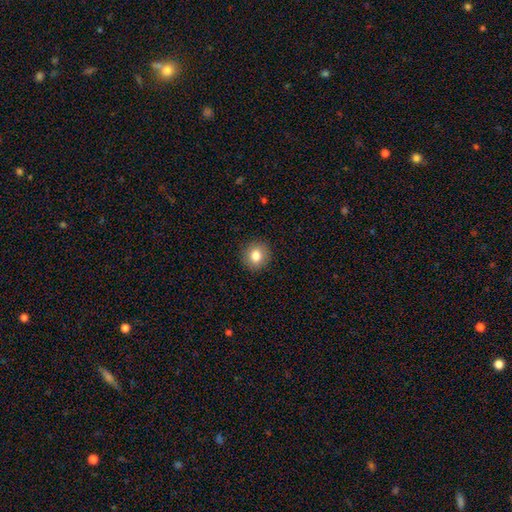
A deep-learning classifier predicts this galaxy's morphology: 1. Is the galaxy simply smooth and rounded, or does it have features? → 82% smooth, 10% star or artifact, 9% featured or disk.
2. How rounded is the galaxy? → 84% round, 15% in between, 1% cigar-shaped.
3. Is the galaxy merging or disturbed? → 91% none, 6% minor disturbance, 2% major disturbance, 1% merger.